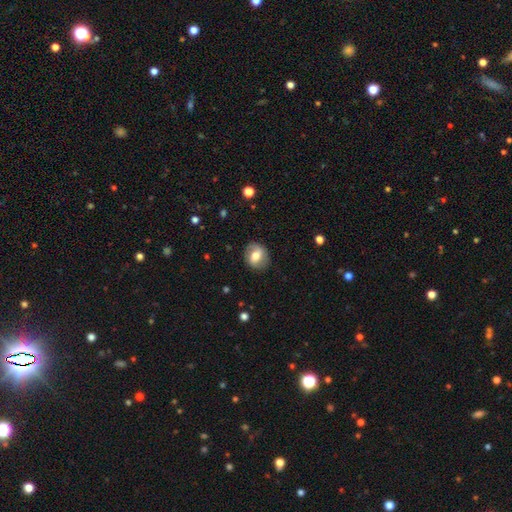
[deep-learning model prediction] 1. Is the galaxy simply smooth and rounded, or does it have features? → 52% smooth, 40% featured or disk, 8% star or artifact.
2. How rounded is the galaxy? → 64% round, 35% in between, 1% cigar-shaped.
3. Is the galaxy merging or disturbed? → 80% none, 14% minor disturbance, 5% major disturbance, 1% merger.